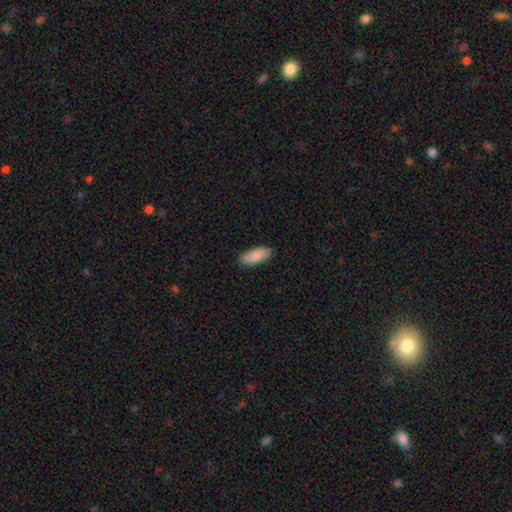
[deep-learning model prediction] smooth-or-featured: smooth: 87% | featured or disk: 7% | star or artifact: 6%
  how-rounded: in between: 80% | cigar-shaped: 18% | round: 2%
  merging: none: 87% | minor disturbance: 10% | major disturbance: 2% | merger: 1%